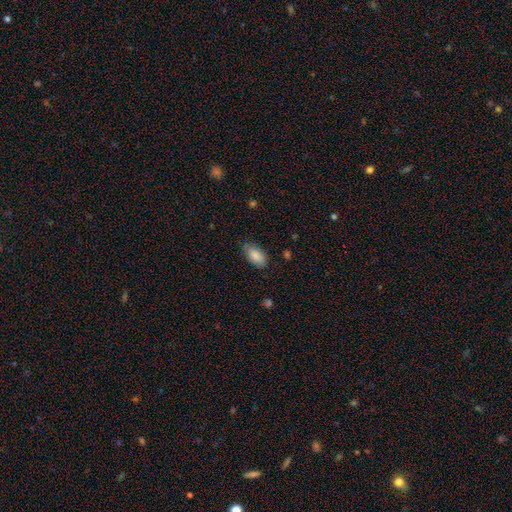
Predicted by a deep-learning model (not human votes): This is clearly a smooth galaxy (86%). How rounded: clearly in between (93%). Merging: likely none (77%).